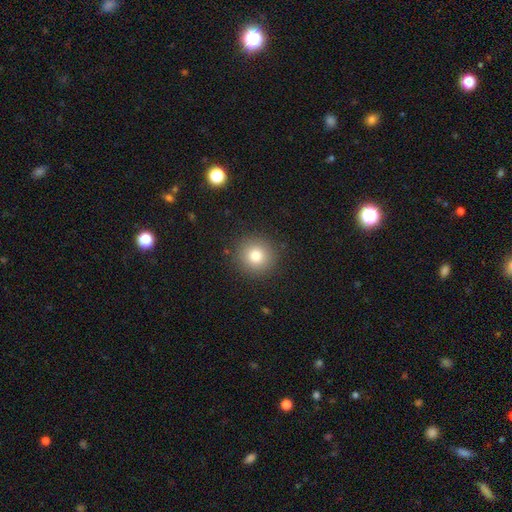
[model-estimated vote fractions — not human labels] smooth-or-featured: smooth: 81% | star or artifact: 11% | featured or disk: 8%
  how-rounded: round: 94% | in between: 5% | cigar-shaped: 1%
  merging: none: 90% | minor disturbance: 6% | major disturbance: 2% | merger: 1%